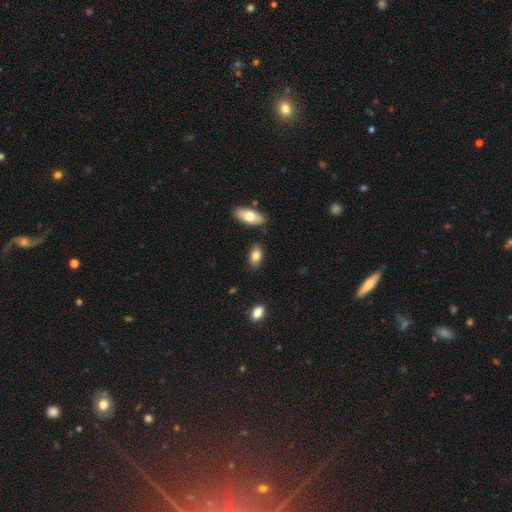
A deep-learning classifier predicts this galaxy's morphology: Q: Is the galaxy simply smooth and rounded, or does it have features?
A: smooth — 79%.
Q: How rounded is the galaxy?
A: in between — 90%.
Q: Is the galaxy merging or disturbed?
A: none — 82%.